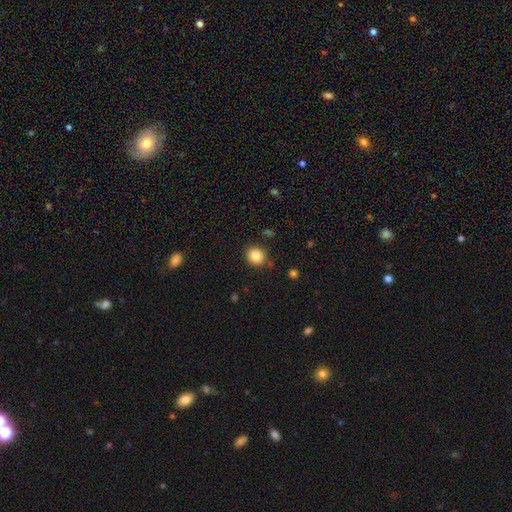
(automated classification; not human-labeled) Smooth or featured? smooth (84%)
How rounded? round (83%)
Merging? none (86%)